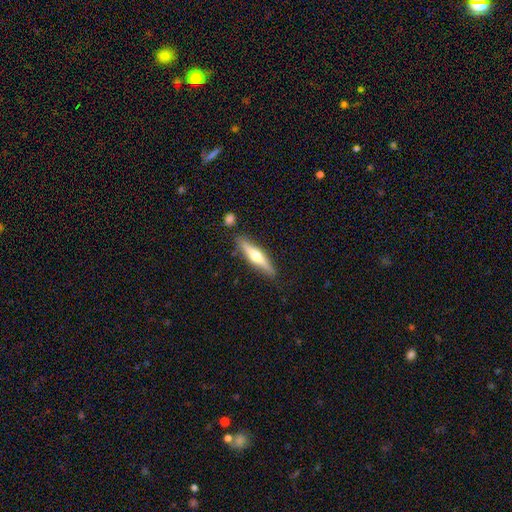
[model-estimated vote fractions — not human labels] Morphology: type=featured or disk (50%); edge-on=yes (93%); merging=none (82%).